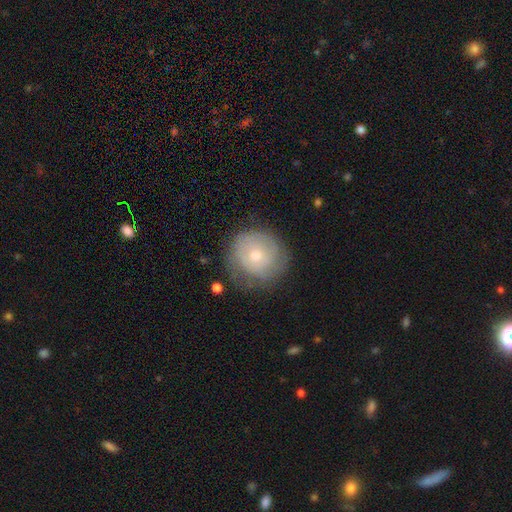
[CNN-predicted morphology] Smooth or featured? Predicted: featured or disk (p=0.48). Merging? Predicted: none (p=0.73).